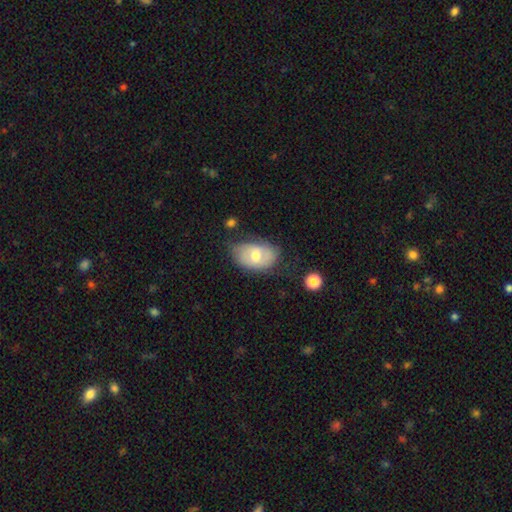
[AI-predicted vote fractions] smooth_or_featured: smooth (p=0.54) [alt: featured or disk p=0.40]
how_rounded: in between (p=0.87) [alt: round p=0.12]
merging: none (p=0.56) [alt: minor disturbance p=0.31]